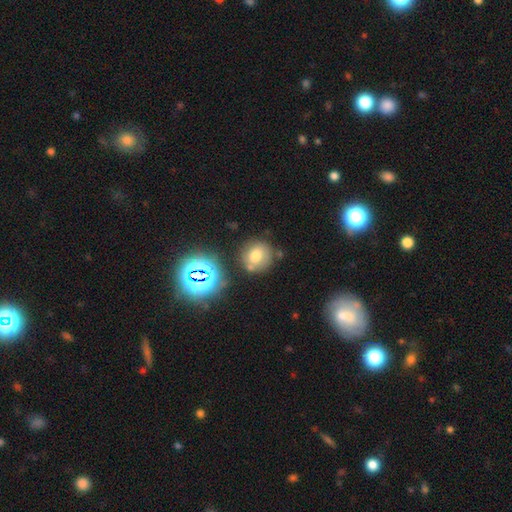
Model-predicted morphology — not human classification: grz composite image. It shows a smooth galaxy with no disk features (67%) that is round (87%). Merging: none (70%).